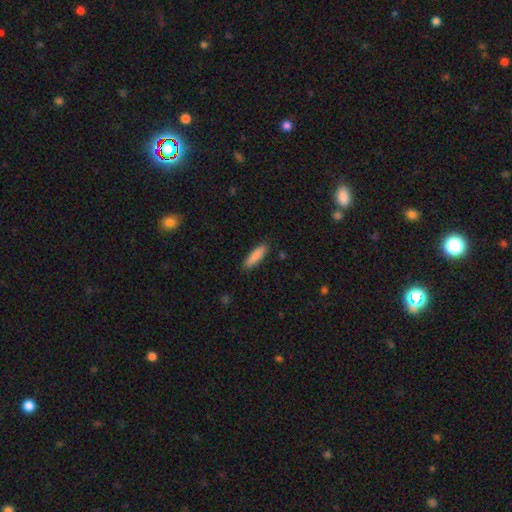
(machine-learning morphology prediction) smooth_or_featured: smooth (p=0.86) [alt: featured or disk p=0.08]
how_rounded: cigar-shaped (p=0.66) [alt: in between p=0.33]
merging: none (p=0.86) [alt: minor disturbance p=0.11]